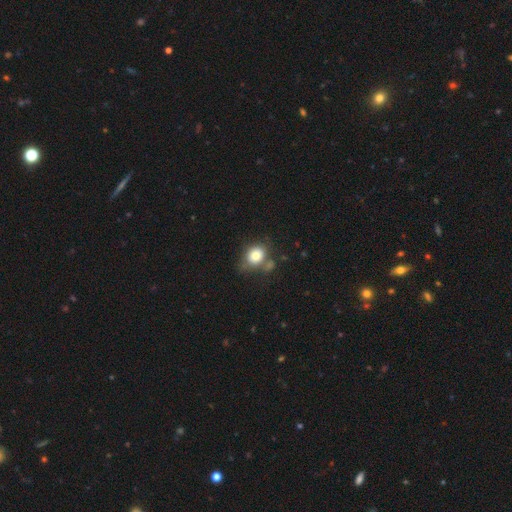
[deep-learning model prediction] smooth 78%, featured or disk 13%, star or artifact 9%. Down the decision tree: how rounded — round (53%); merging — none (52%).